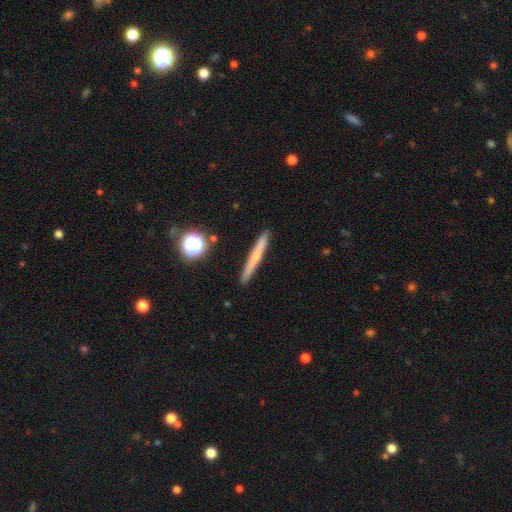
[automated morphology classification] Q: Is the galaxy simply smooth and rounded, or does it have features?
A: smooth — 53%.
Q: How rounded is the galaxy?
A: cigar-shaped — 95%.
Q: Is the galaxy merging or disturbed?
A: none — 91%.